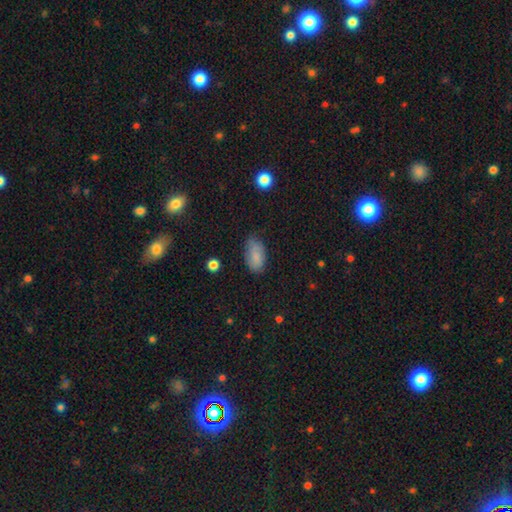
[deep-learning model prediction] Q: Smooth or featured?
A: smooth (84%); runner-up: featured or disk (8%)
Q: How rounded?
A: in between (94%); runner-up: round (4%)
Q: Merging?
A: none (71%); runner-up: minor disturbance (23%)